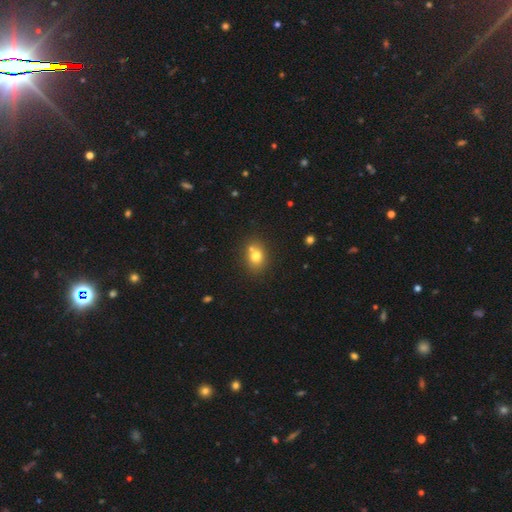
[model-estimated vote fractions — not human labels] Overall: smooth (75%). How rounded: round (52%; in between 47%). Merging: none (60%; merger 24%).